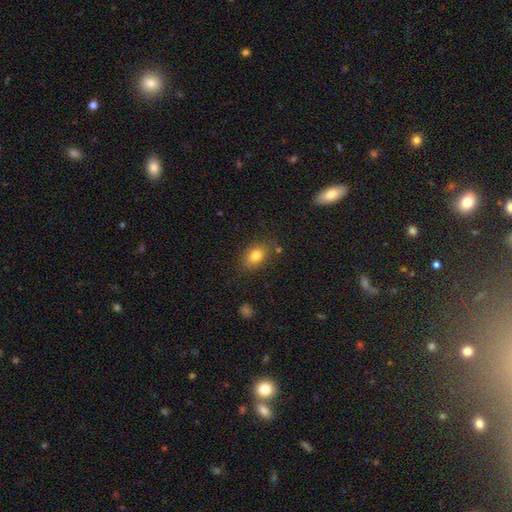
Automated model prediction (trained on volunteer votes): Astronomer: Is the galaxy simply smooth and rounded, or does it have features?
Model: smooth — 80%.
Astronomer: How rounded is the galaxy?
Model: in between — 75%.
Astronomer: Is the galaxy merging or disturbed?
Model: none — 77%.